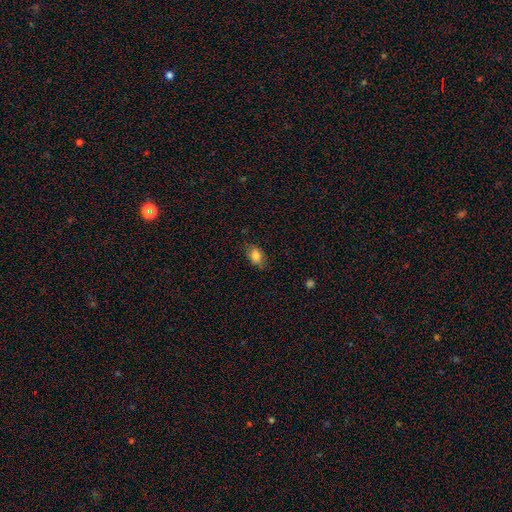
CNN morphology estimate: type=smooth (83%); roundness=in between (76%); merging=none (79%).